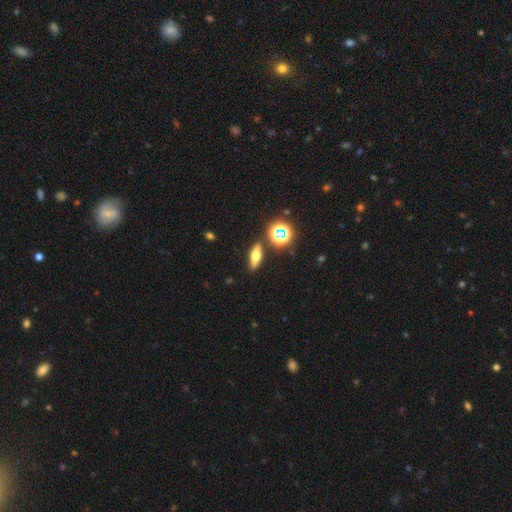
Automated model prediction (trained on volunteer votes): Morphology: type=smooth (48%); merging=none (86%).